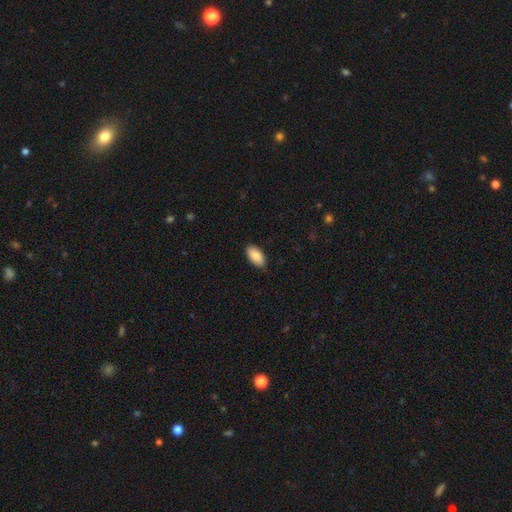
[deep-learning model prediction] This appears to be a smooth galaxy with no disk features (88%) that is in between round and cigar-shaped (94%). Merging: none (85%).